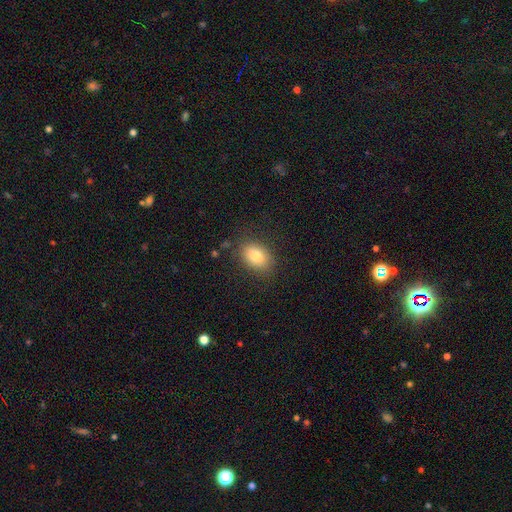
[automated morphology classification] Smooth or featured? smooth (82%)
How rounded? in between (78%)
Merging? none (82%)